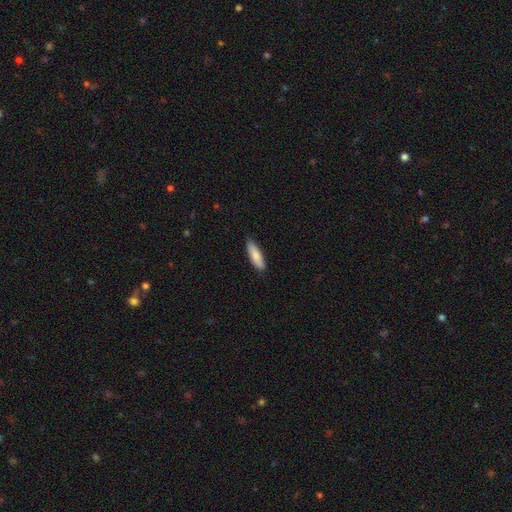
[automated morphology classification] Smooth or featured? smooth (82%)
How rounded? cigar-shaped (57%)
Merging? none (87%)